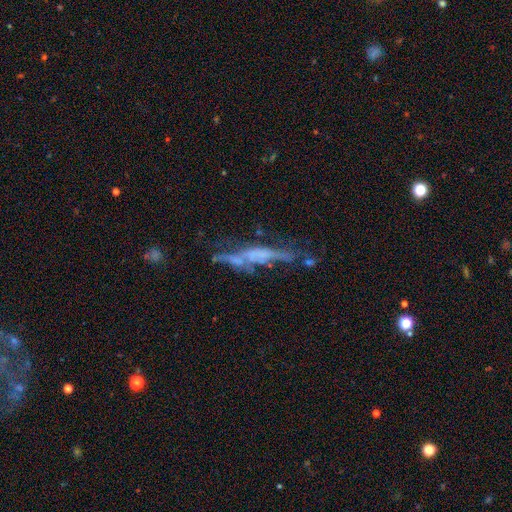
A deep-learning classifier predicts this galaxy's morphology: featured or disk 65%, smooth 22%, star or artifact 13%. Down the decision tree: edge-on disk — yes (75%); merging — none (48%).